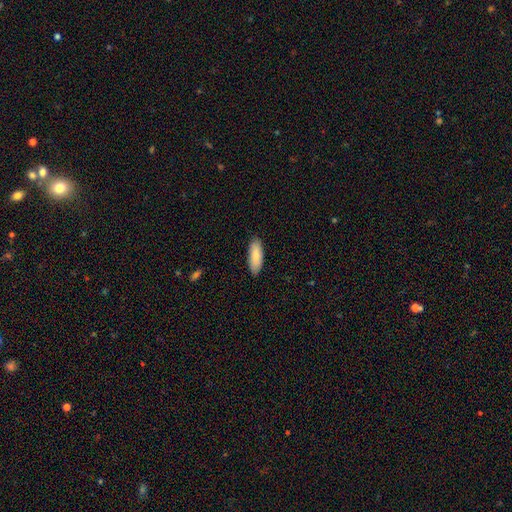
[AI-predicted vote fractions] A smooth galaxy with no disk features (84%) that is in between round and cigar-shaped (68%). Merging: none (88%).